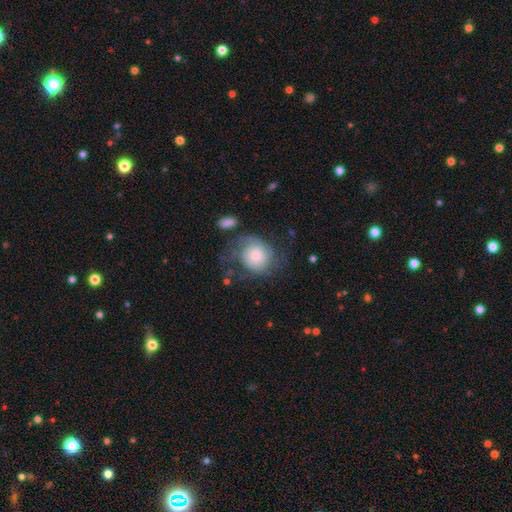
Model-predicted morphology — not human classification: The model was most divided on "smooth or featured" (2-way tie): smooth: 46%, featured or disk: 46%, star or artifact: 7%. Remaining: merging — none (43%).